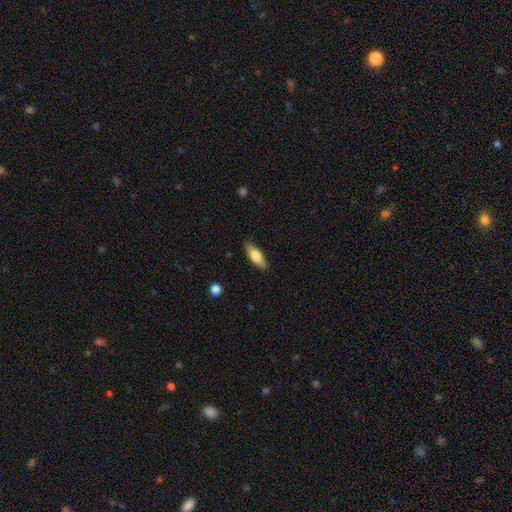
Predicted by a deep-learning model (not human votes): smooth-or-featured: smooth: 71% | featured or disk: 23% | star or artifact: 6%
  how-rounded: in between: 57% | cigar-shaped: 41% | round: 2%
  merging: none: 87% | minor disturbance: 10% | major disturbance: 2% | merger: 1%